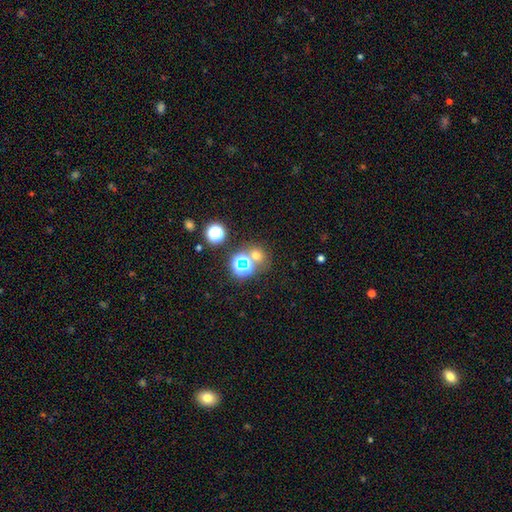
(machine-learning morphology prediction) Smooth or featured? smooth (54%)
How rounded? round (82%)
Merging? none (66%)